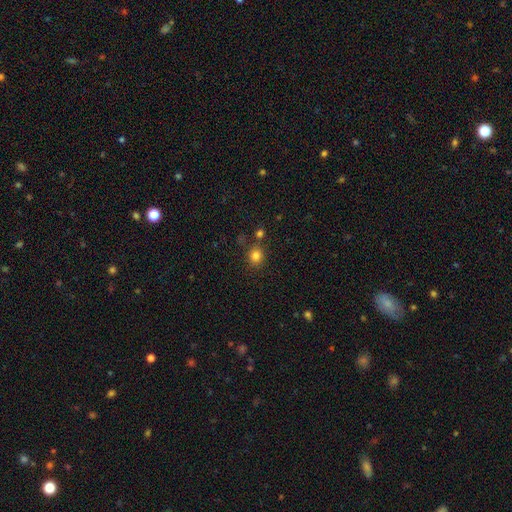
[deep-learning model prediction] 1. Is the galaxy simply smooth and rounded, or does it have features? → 82% smooth, 13% star or artifact, 5% featured or disk.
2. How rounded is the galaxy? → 79% round, 20% in between, 1% cigar-shaped.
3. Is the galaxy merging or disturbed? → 78% none, 10% minor disturbance, 9% merger, 3% major disturbance.